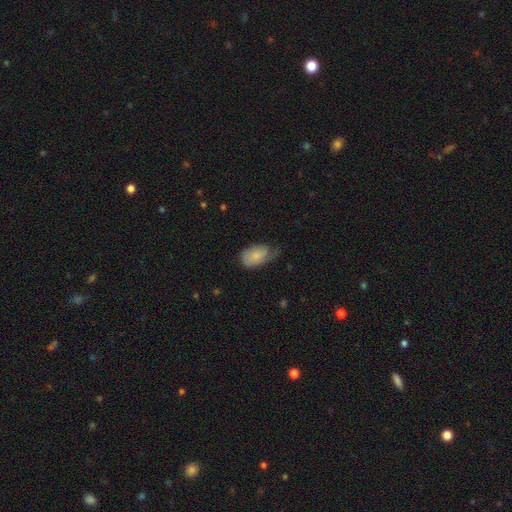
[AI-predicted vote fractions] smooth-or-featured: smooth: 70% | featured or disk: 24% | star or artifact: 6%
  how-rounded: in between: 91% | round: 8% | cigar-shaped: 2%
  merging: minor disturbance: 42% | none: 30% | major disturbance: 26% | merger: 2%